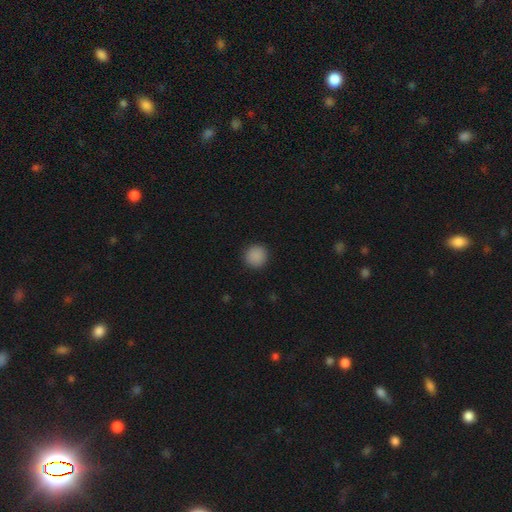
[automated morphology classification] Overall: smooth (88%). How rounded: round (93%). Merging: none (91%).